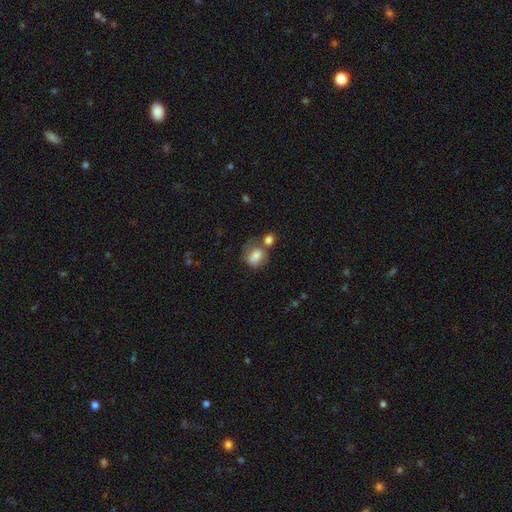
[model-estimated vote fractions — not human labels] Overall: smooth (77%). How rounded: in between (66%; round 32%). Merging: merger (39%; none 35%).